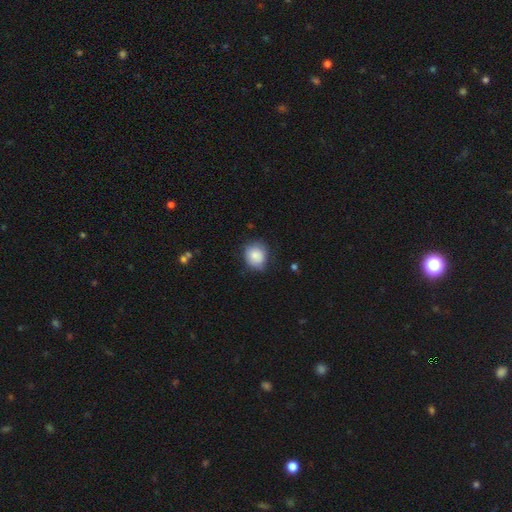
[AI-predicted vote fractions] smooth 85%, star or artifact 8%, featured or disk 8%. Down the decision tree: how rounded — round (74%); merging — none (71%).